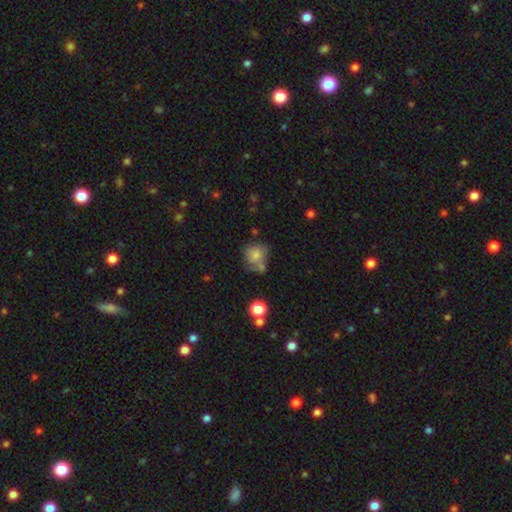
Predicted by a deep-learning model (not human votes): Smooth or featured? smooth (75%)
How rounded? round (74%)
Merging? none (44%)